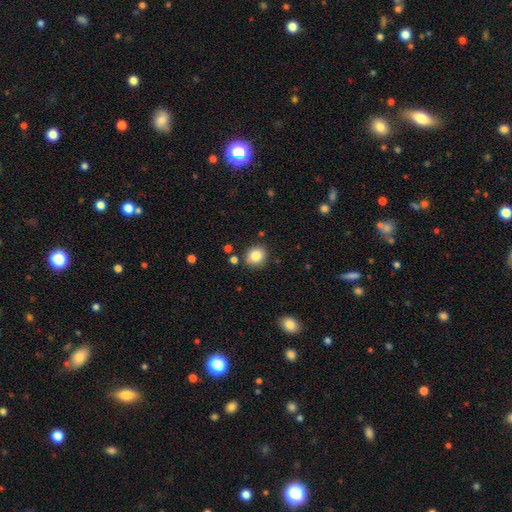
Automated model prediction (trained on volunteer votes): Overall: smooth (84%). How rounded: round (78%). Merging: none (84%).